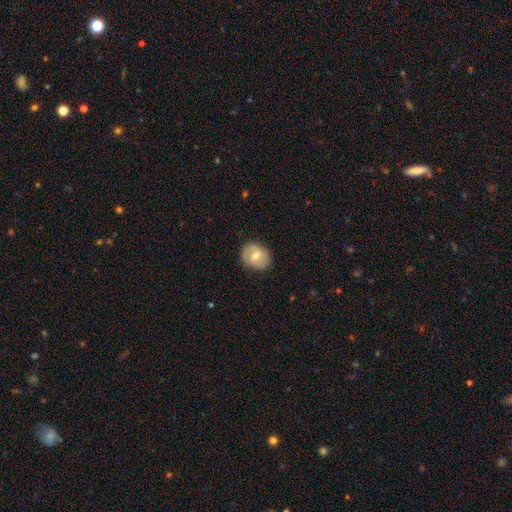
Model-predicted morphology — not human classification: A smooth galaxy with no disk features (50%) that is round (57%). Merging: none (80%).